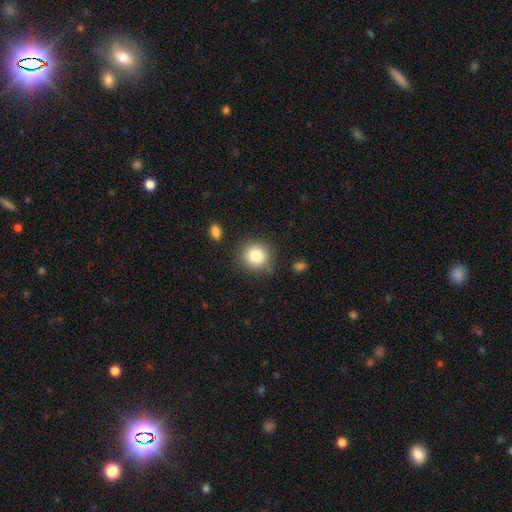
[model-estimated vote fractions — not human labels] This appears to be a smooth galaxy with no disk features (83%) that is round (91%). Merging: none (81%).